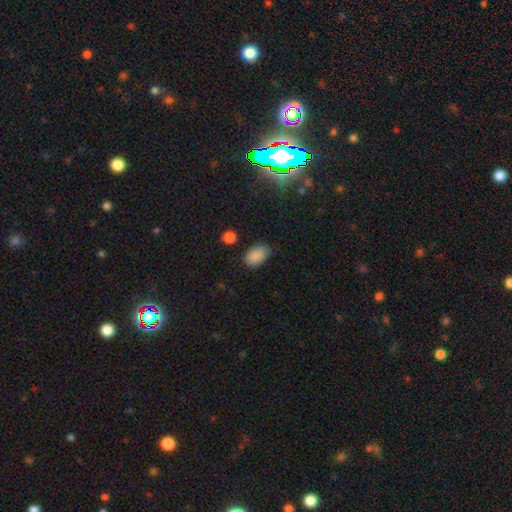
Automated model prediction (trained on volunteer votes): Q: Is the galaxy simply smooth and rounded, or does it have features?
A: smooth — 87%.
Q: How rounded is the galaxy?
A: in between — 88%.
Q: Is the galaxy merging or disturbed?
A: none — 71%.